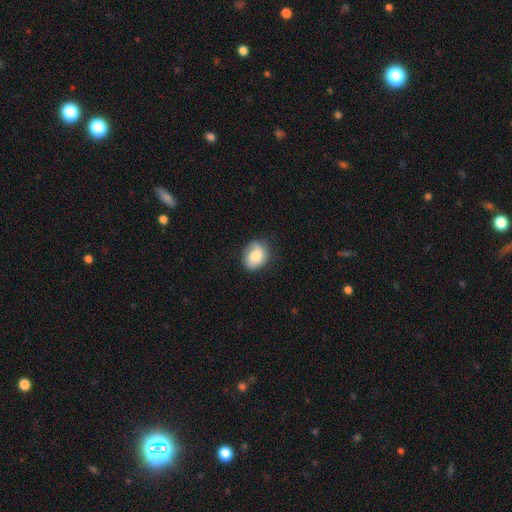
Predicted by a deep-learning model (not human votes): smooth-or-featured: smooth: 73% | featured or disk: 19% | star or artifact: 8%
  how-rounded: round: 52% | in between: 47% | cigar-shaped: 1%
  merging: none: 70% | minor disturbance: 23% | major disturbance: 6% | merger: 1%